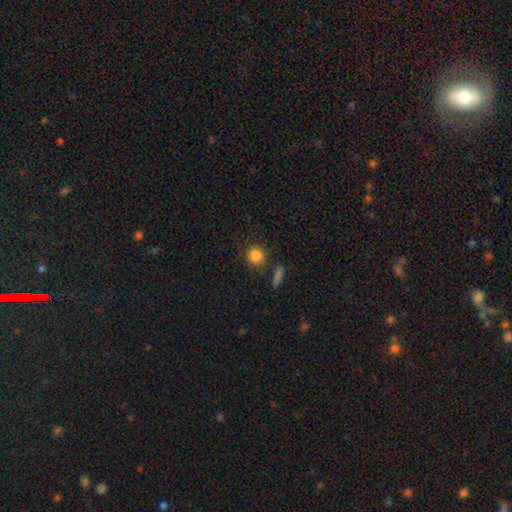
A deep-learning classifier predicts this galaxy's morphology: Q: Smooth or featured?
A: smooth (85%); runner-up: star or artifact (10%)
Q: How rounded?
A: round (90%); runner-up: in between (9%)
Q: Merging?
A: none (83%); runner-up: minor disturbance (9%)